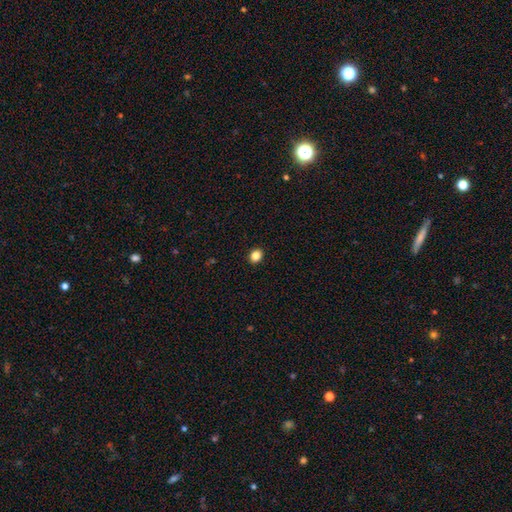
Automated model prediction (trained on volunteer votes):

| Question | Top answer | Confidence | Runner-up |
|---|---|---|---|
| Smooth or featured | smooth | 85% | star or artifact (11%) |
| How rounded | round | 63% | in between (36%) |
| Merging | none | 92% | minor disturbance (5%) |